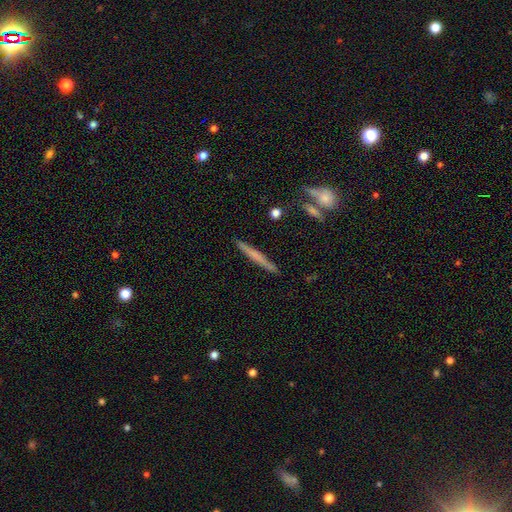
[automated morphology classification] A smooth galaxy with no disk features (53%) that is cigar-shaped (96%).

Vote fractions:
- Smooth or featured? smooth: 53% / featured or disk: 40% / star or artifact: 6%
- How rounded? cigar-shaped: 96% / in between: 3% / round: 2%
- Merging? none: 89% / minor disturbance: 7% / merger: 2% / major disturbance: 2%